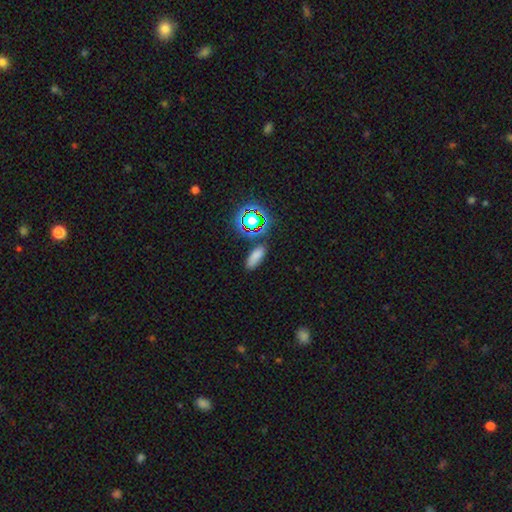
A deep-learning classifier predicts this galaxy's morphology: type=smooth (71%); roundness=in between (75%); merging=none (77%).